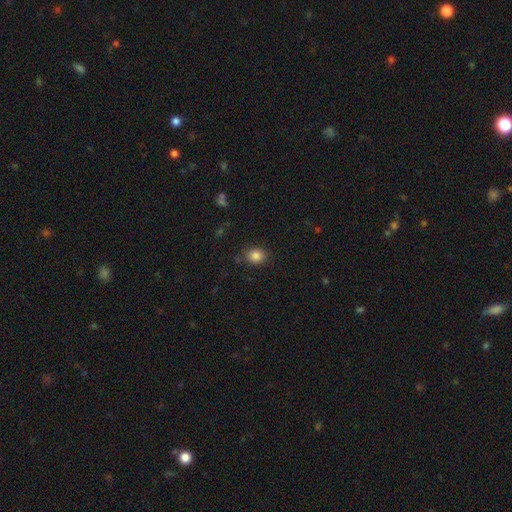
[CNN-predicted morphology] type=smooth (85%); roundness=round (63%); merging=none (83%).